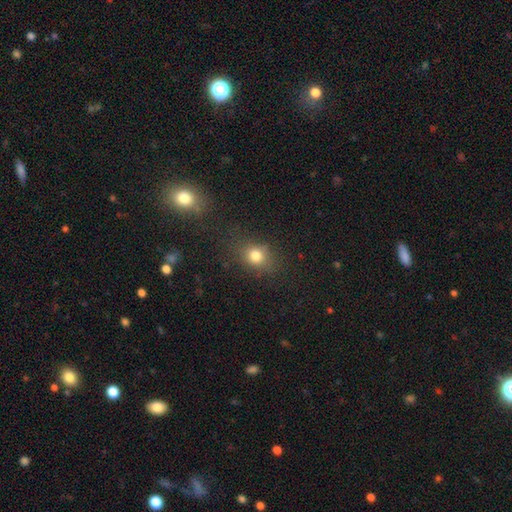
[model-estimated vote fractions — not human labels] A smooth galaxy with no disk features (78%) that is round (61%). Merging: none (73%).